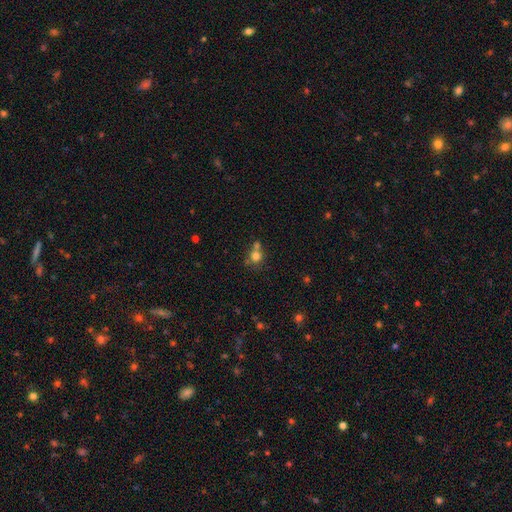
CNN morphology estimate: type=smooth (74%); roundness=round (84%); merging=none (46%).